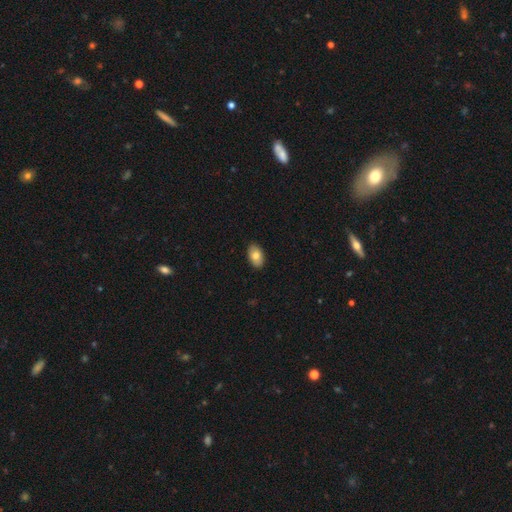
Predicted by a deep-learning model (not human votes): The model was most divided on "smooth or featured": smooth: 80%, featured or disk: 13%, star or artifact: 7%. More confident: how rounded — in between (93%); merging — none (89%).